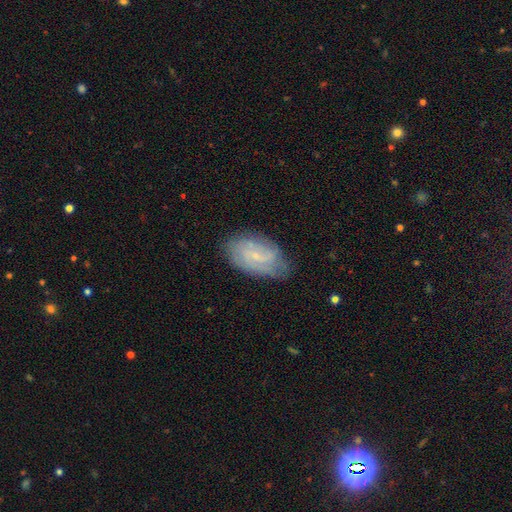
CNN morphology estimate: Smooth or featured? Predicted: featured or disk (p=0.70). Edge-on disk? Predicted: no (p=0.96). Bar? Predicted: weak (p=0.49). Spiral arms? Predicted: yes (p=0.90). Spiral winding? Predicted: tight (p=0.49). Spiral arm count? Predicted: 2 (p=0.38). Bulge size? Predicted: small (p=0.78). Merging? Predicted: none (p=0.73).